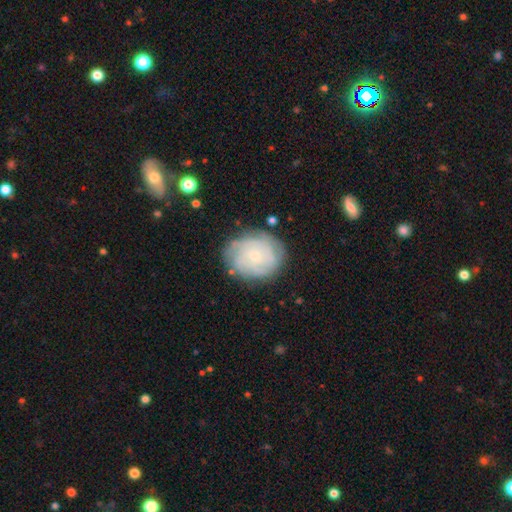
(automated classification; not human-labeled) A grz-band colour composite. It shows a featured or disk galaxy (59%) with no bar (76%), spiral arms (82%) and a small central bulge (71%). Merging: none (74%).